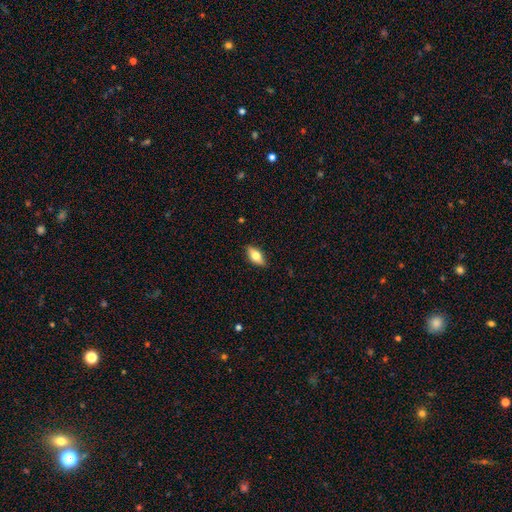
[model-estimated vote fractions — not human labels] smooth-or-featured: smooth: 66% | featured or disk: 27% | star or artifact: 7%
  how-rounded: in between: 83% | cigar-shaped: 13% | round: 4%
  merging: none: 85% | minor disturbance: 12% | major disturbance: 2% | merger: 1%